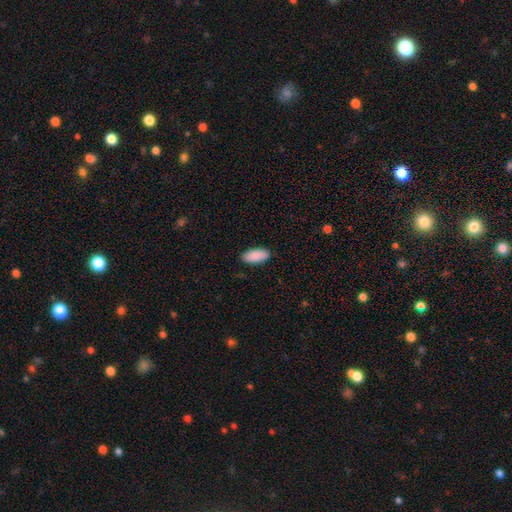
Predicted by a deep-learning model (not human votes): Smooth or featured?
  - smooth: 90% *
  - star or artifact: 6%
  - featured or disk: 4%
How rounded?
  - in between: 92% *
  - cigar-shaped: 6%
  - round: 2%
Merging?
  - none: 89% *
  - minor disturbance: 9%
  - major disturbance: 2%
  - merger: 1%